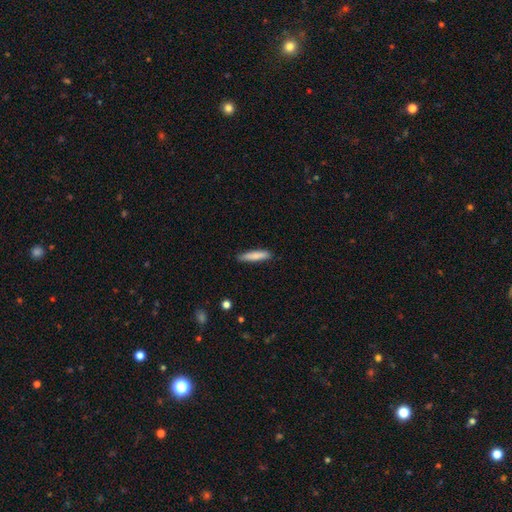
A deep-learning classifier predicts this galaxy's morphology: A smooth galaxy with no disk features (81%) that is cigar-shaped (87%).

Vote fractions:
- Smooth or featured? smooth: 81% / featured or disk: 13% / star or artifact: 6%
- How rounded? cigar-shaped: 87% / in between: 11% / round: 1%
- Merging? none: 85% / minor disturbance: 12% / major disturbance: 2% / merger: 1%